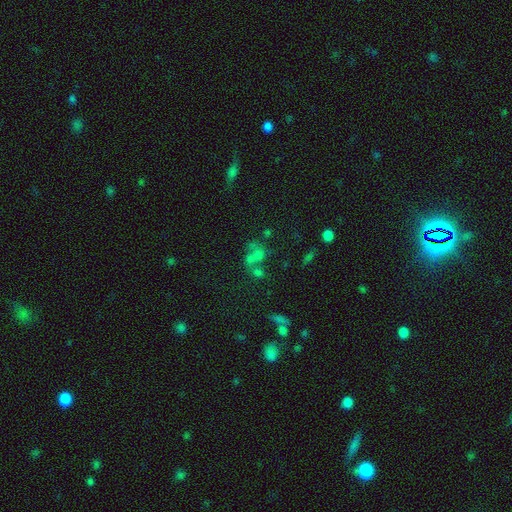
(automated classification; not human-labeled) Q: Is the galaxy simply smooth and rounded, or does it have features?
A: smooth — 50%.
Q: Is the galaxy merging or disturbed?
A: merger — 53%.